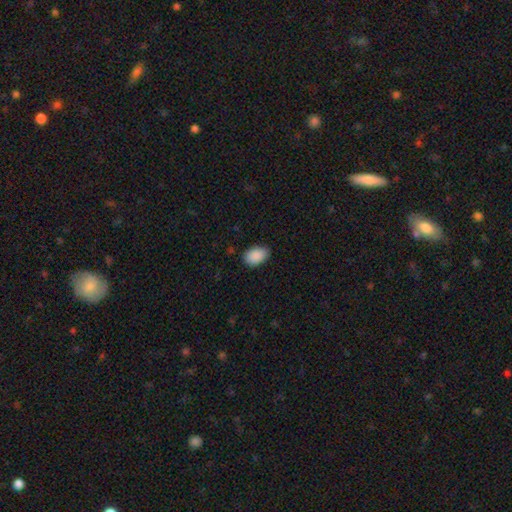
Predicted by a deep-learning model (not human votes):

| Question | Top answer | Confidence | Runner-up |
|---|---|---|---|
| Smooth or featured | smooth | 90% | star or artifact (7%) |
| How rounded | in between | 88% | round (10%) |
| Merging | none | 78% | minor disturbance (18%) |